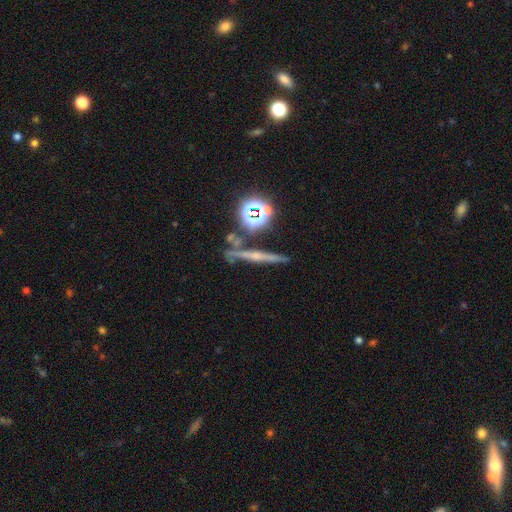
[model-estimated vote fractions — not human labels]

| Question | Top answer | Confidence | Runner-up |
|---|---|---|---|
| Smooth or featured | featured or disk | 47% | star or artifact (27%) |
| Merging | none | 77% | minor disturbance (11%) |